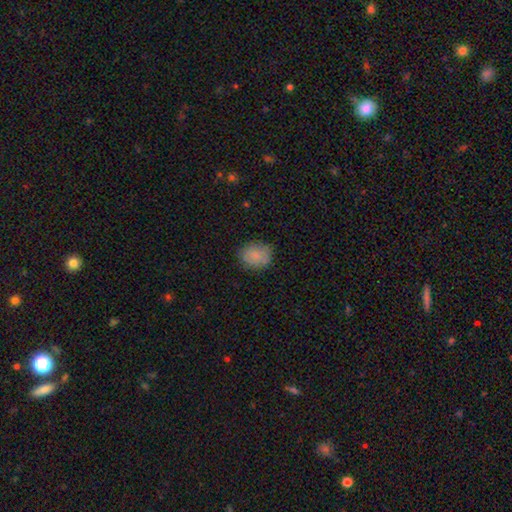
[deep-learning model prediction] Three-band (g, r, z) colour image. It shows a smooth galaxy with no disk features (84%) that is round (62%). Merging: none (79%).